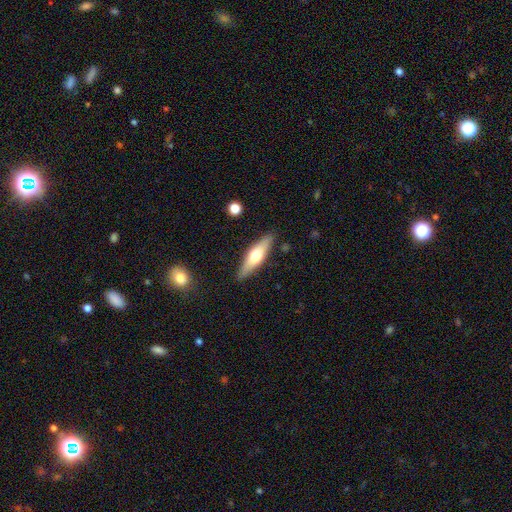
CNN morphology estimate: A smooth galaxy with no disk features (48%).

Vote fractions:
- Smooth or featured? smooth: 48% / featured or disk: 47% / star or artifact: 5%
- Merging? none: 87% / minor disturbance: 9% / major disturbance: 2% / merger: 1%